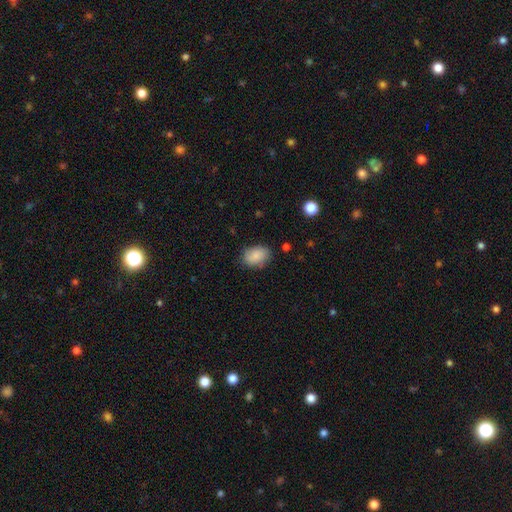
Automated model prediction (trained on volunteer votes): Smooth or featured? Predicted: smooth (p=0.85). How rounded? Predicted: in between (p=0.83). Merging? Predicted: none (p=0.78).